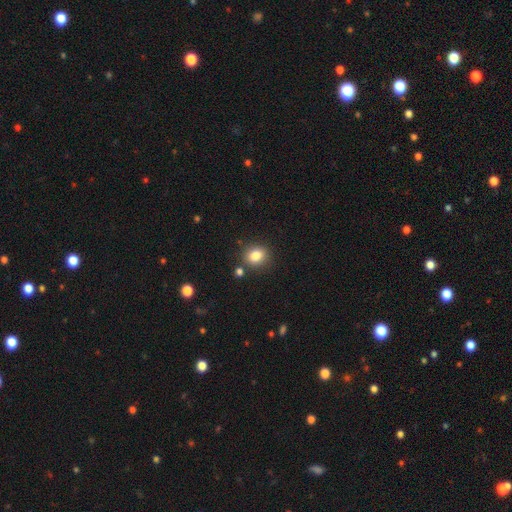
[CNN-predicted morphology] Smooth or featured: smooth — 82% (star or artifact — 11%)
How rounded: round — 66% (in between — 33%)
Merging: none — 82% (minor disturbance — 10%)